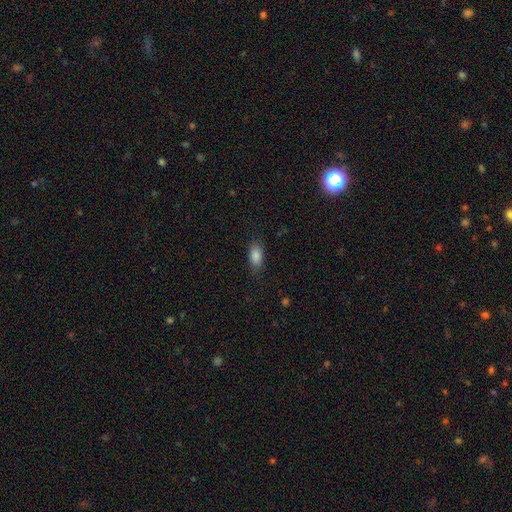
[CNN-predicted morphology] Q: Smooth or featured?
A: smooth (86%); runner-up: star or artifact (8%)
Q: How rounded?
A: in between (89%); runner-up: cigar-shaped (7%)
Q: Merging?
A: none (81%); runner-up: minor disturbance (14%)